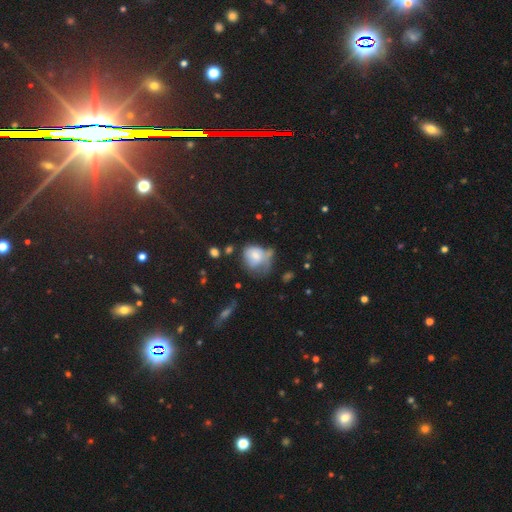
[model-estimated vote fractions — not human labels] Smooth or featured? Predicted: smooth (p=0.64). How rounded? Predicted: round (p=0.51). Merging? Predicted: major disturbance (p=0.32).